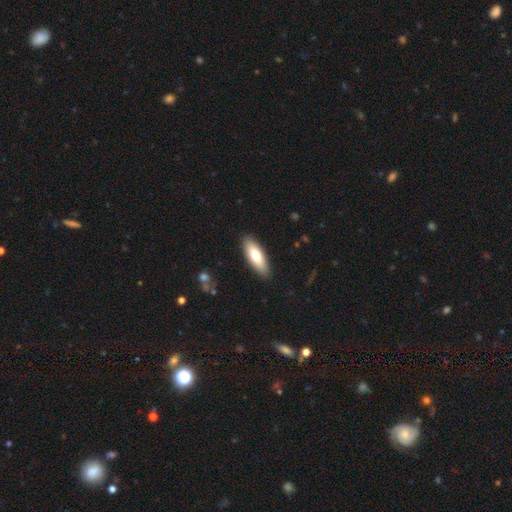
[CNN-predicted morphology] Smooth or featured?
  - smooth: 72% *
  - featured or disk: 23%
  - star or artifact: 5%
How rounded?
  - in between: 59% *
  - cigar-shaped: 39%
  - round: 2%
Merging?
  - none: 89% *
  - minor disturbance: 8%
  - major disturbance: 2%
  - merger: 1%